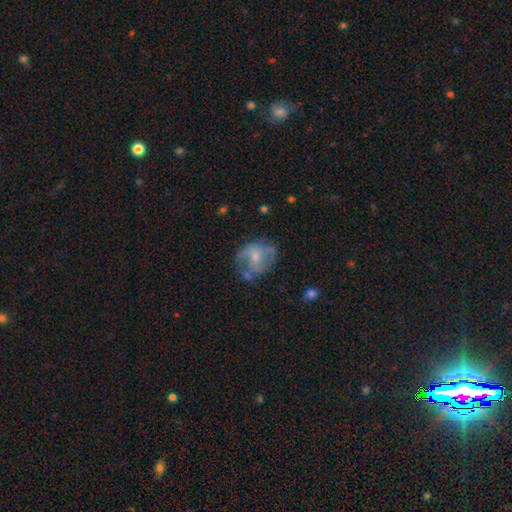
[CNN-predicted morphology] Smooth or featured? Predicted: featured or disk (p=0.47). Merging? Predicted: none (p=0.45).